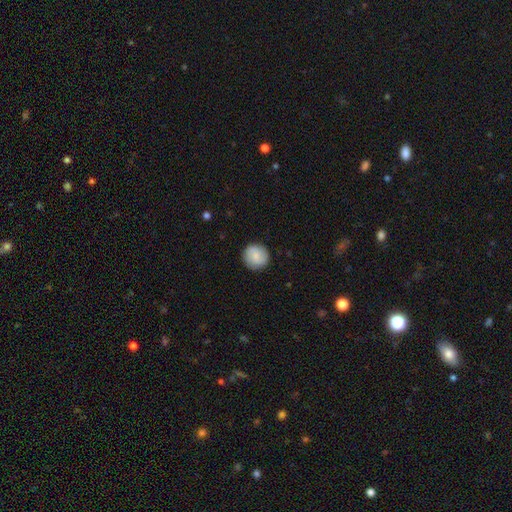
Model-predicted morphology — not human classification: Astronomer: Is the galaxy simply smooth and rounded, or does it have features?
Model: smooth — 78%.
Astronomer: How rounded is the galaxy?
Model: round — 93%.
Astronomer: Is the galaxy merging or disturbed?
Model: none — 89%.